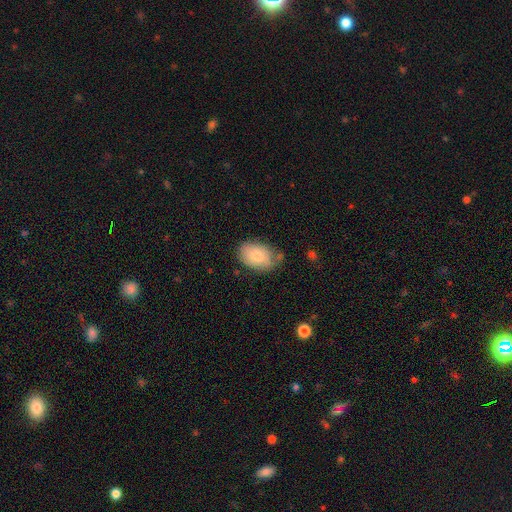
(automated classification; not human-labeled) Smooth or featured? smooth (80%)
How rounded? in between (87%)
Merging? none (65%)